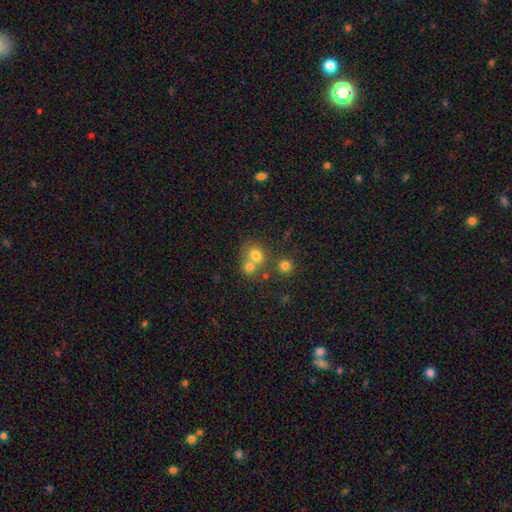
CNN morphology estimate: smooth-or-featured: smooth: 72% | star or artifact: 14% | featured or disk: 14%
  how-rounded: round: 73% | in between: 26% | cigar-shaped: 1%
  merging: merger: 50% | none: 40% | minor disturbance: 7% | major disturbance: 3%